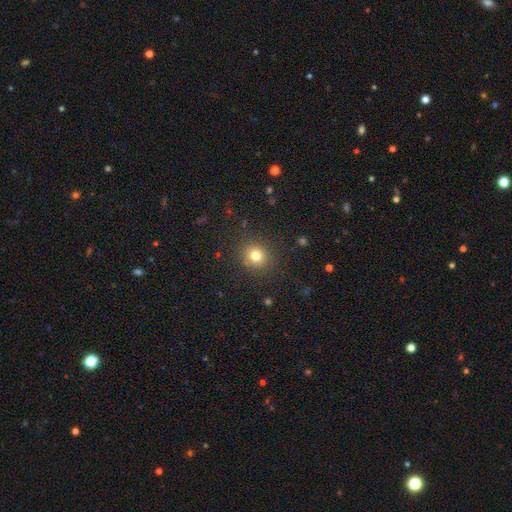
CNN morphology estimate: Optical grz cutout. It shows a smooth galaxy with no disk features (78%) that is round (83%). Merging: none (86%).